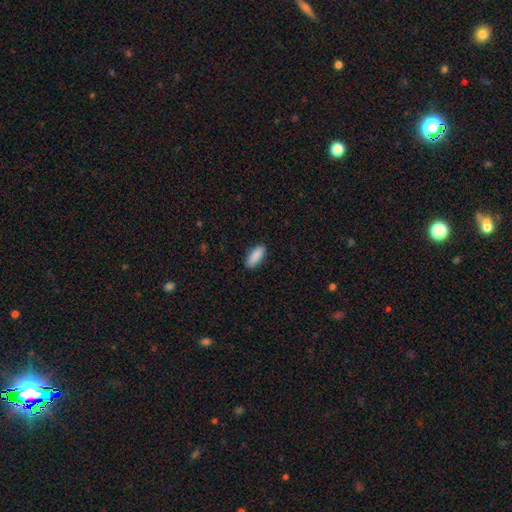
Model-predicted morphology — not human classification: A smooth galaxy with no disk features (90%) that is in between round and cigar-shaped (75%). Merging: none (89%).